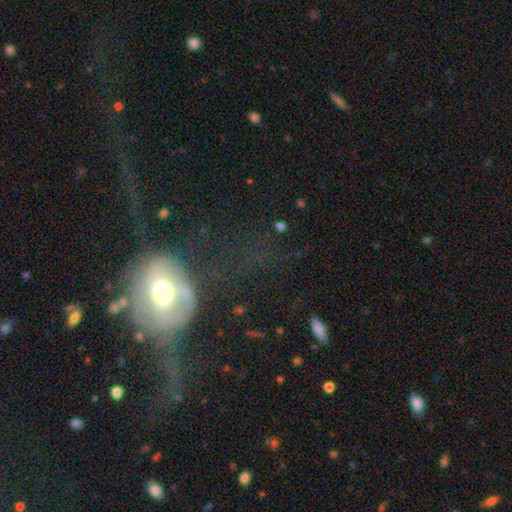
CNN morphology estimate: This is marginally a featured or disk galaxy (44%). Merging: possibly major disturbance (51%).